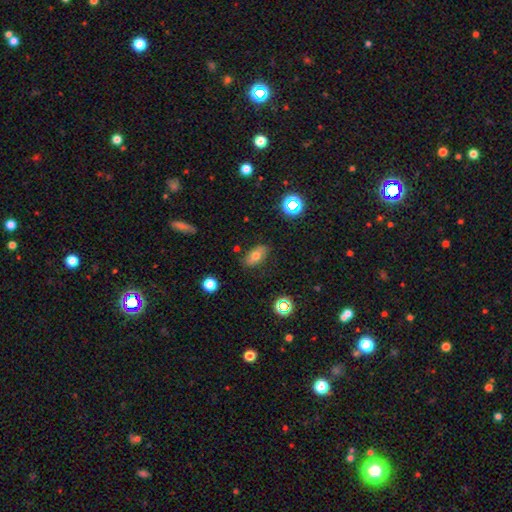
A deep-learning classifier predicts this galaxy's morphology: smooth 66%, featured or disk 20%, star or artifact 14%. Down the decision tree: how rounded — in between (86%); merging — none (80%).